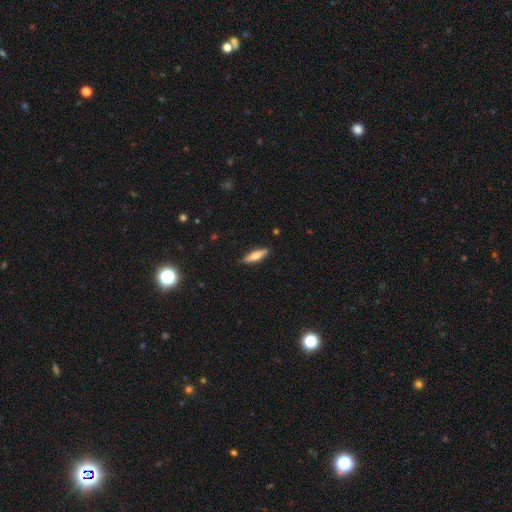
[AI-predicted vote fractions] Overall: smooth (57%; featured or disk 37%). How rounded: cigar-shaped (68%; in between 30%). Merging: none (88%).